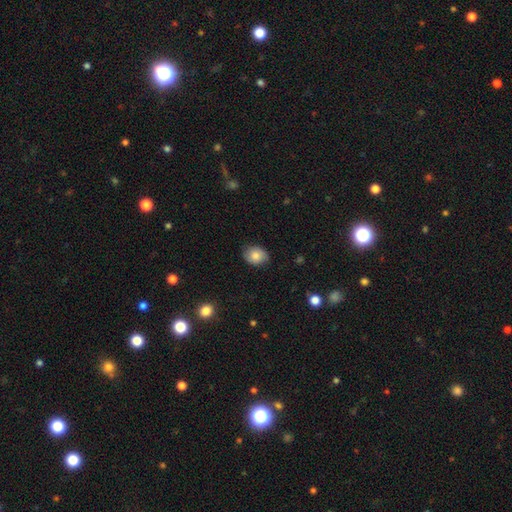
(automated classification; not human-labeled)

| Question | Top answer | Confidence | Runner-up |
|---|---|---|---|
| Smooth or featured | smooth | 79% | featured or disk (13%) |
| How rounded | in between | 57% | round (42%) |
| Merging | none | 77% | minor disturbance (18%) |